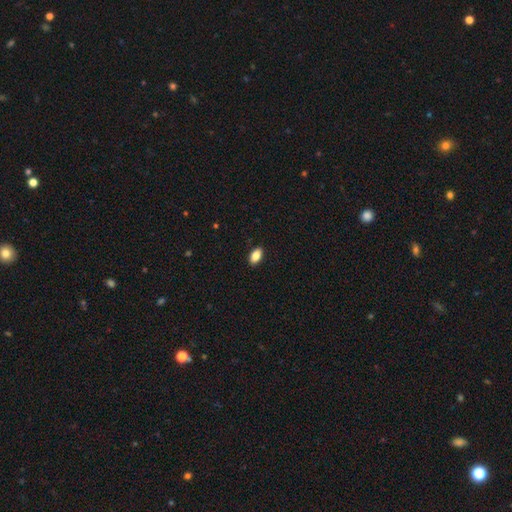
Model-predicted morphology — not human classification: Smooth or featured?
  - smooth: 86% *
  - star or artifact: 8%
  - featured or disk: 6%
How rounded?
  - in between: 91% *
  - round: 6%
  - cigar-shaped: 3%
Merging?
  - none: 90% *
  - minor disturbance: 7%
  - major disturbance: 2%
  - merger: 1%